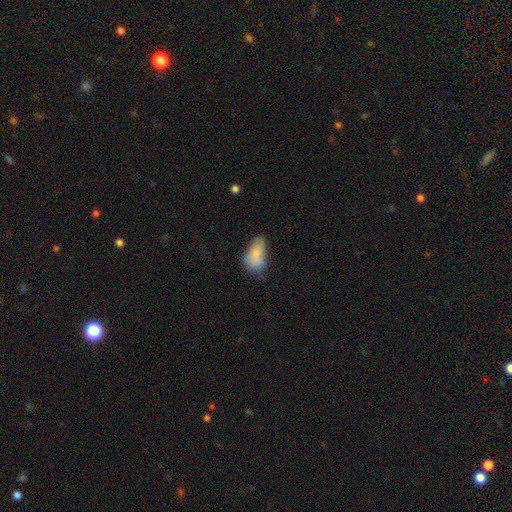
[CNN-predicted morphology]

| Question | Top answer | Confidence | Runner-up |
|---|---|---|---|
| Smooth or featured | smooth | 75% | featured or disk (16%) |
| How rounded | in between | 91% | round (6%) |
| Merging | minor disturbance | 38% | none (35%) |